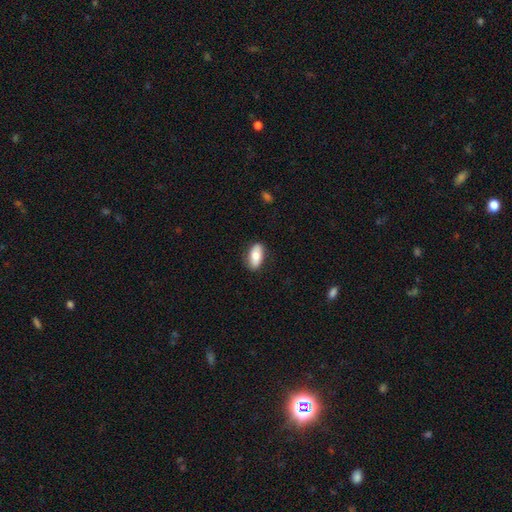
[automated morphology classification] smooth 77%, featured or disk 17%, star or artifact 6%. Down the decision tree: how rounded — in between (89%); merging — none (83%).